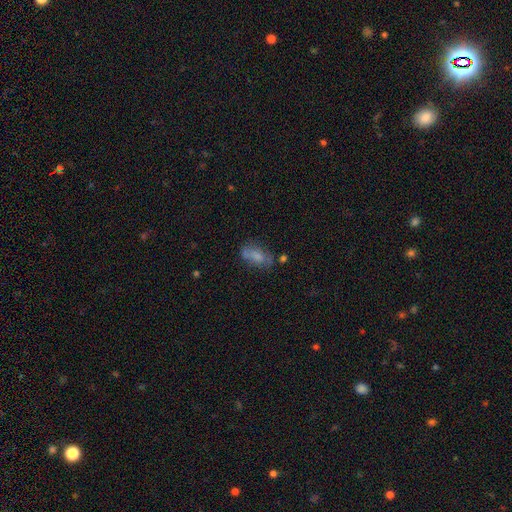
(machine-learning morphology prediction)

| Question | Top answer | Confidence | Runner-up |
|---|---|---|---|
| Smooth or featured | smooth | 63% | featured or disk (27%) |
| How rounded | in between | 85% | cigar-shaped (8%) |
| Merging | none | 51% | minor disturbance (24%) |